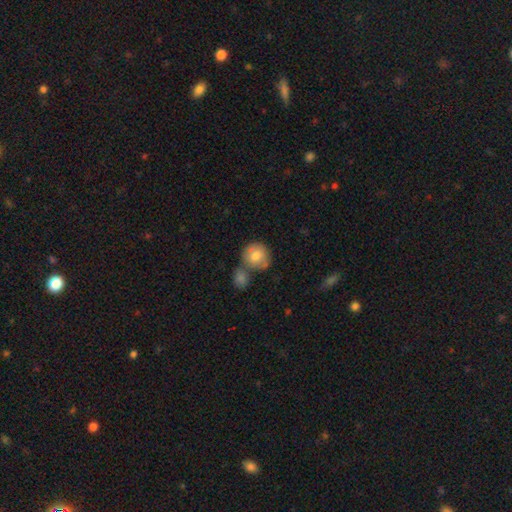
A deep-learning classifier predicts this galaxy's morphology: smooth_or_featured: smooth (p=0.76) [alt: featured or disk p=0.17]
how_rounded: round (p=0.85) [alt: in between p=0.14]
merging: none (p=0.44) [alt: merger p=0.38]